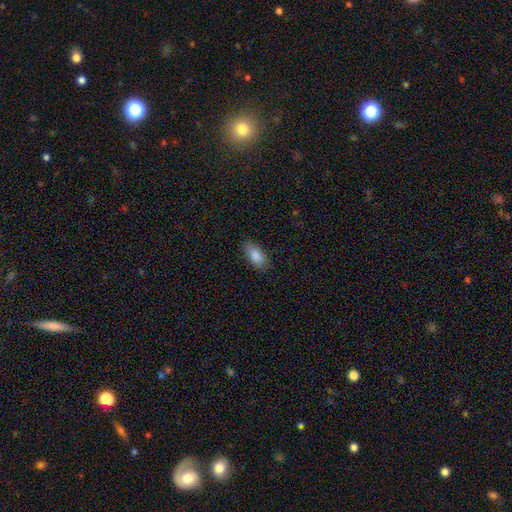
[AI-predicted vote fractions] This is clearly a smooth galaxy (87%). How rounded: clearly in between (89%). Merging: clearly none (84%).